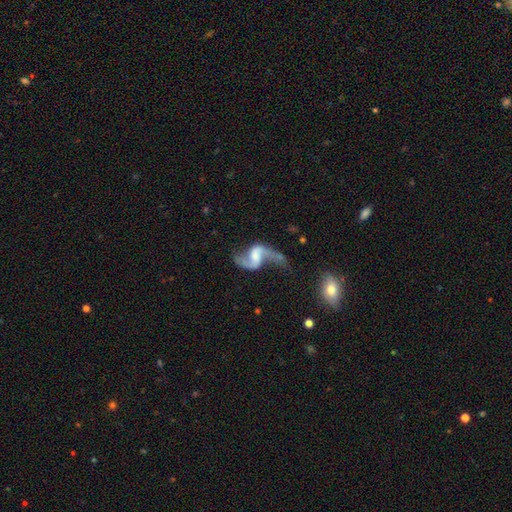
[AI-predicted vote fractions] The model was most divided on "bulge size": none: 32%, moderate: 27%, small: 23%, large: 16%, dominant: 3%. Remaining: edge-on disk — no (97%); spiral arms — yes (96%); spiral arm count — 2 (91%); smooth or featured — featured or disk (88%); spiral winding — loose (79%); merging — none (50%); bar — weak (47%).